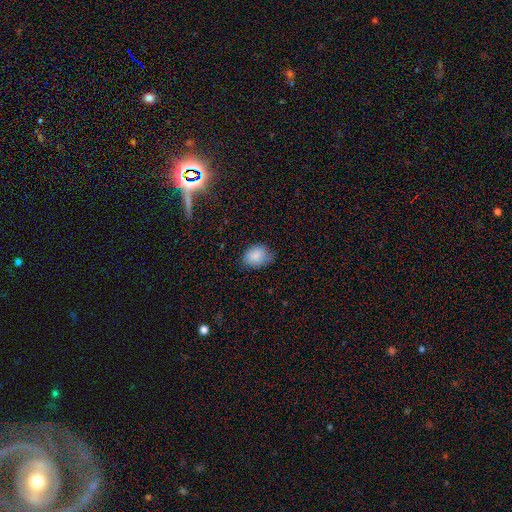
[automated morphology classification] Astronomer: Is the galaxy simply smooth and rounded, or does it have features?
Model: smooth — 86%.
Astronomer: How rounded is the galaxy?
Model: in between — 68%.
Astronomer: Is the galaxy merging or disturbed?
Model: none — 70%.